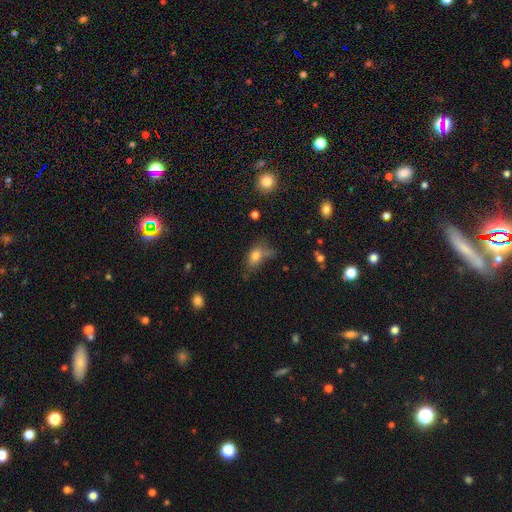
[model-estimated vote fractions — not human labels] smooth 75%, featured or disk 13%, star or artifact 12%. Down the decision tree: how rounded — in between (81%); merging — none (44%).